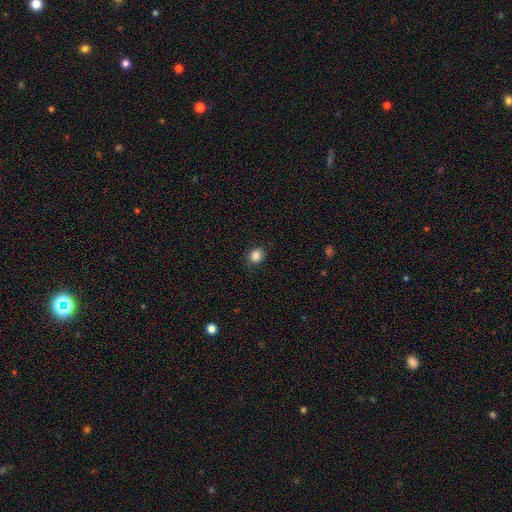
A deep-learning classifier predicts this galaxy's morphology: Q: Smooth or featured?
A: smooth (86%); runner-up: star or artifact (10%)
Q: How rounded?
A: round (75%); runner-up: in between (24%)
Q: Merging?
A: none (86%); runner-up: minor disturbance (10%)